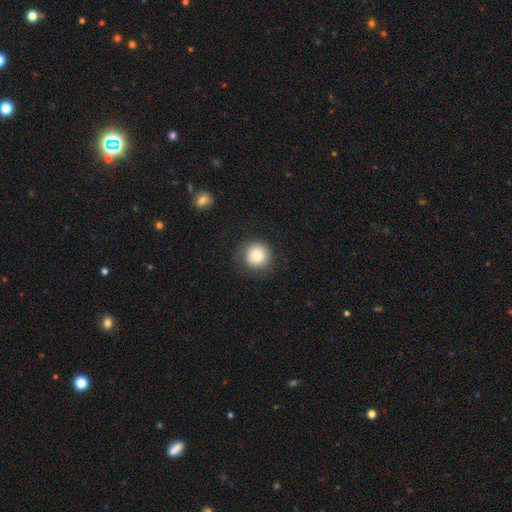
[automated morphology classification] type=smooth (82%); roundness=round (94%); merging=none (83%).